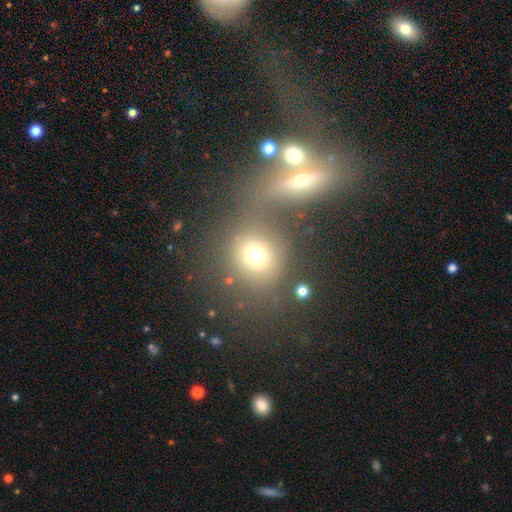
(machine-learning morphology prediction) Overall: smooth (71%). How rounded: round (81%). Merging: none (51%; merger 31%).